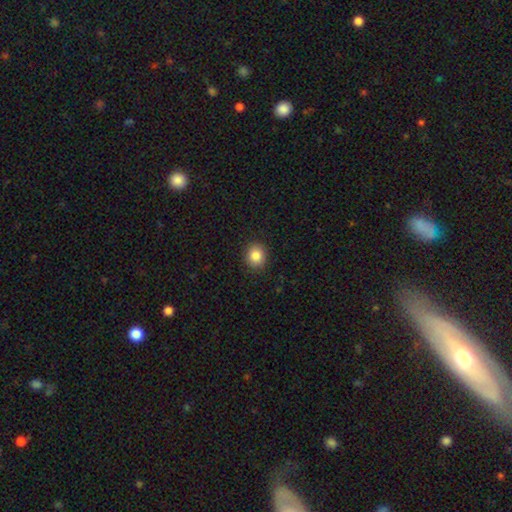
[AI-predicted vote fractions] The model was most divided on "how rounded": round: 76%, in between: 24%, cigar-shaped: 1%. More confident: merging — none (90%); smooth or featured — smooth (85%).